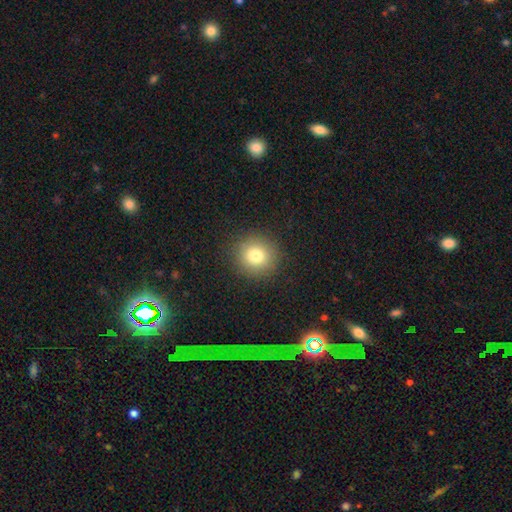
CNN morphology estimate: This appears to be a smooth galaxy with no disk features (79%) that is round (92%). Merging: none (90%).